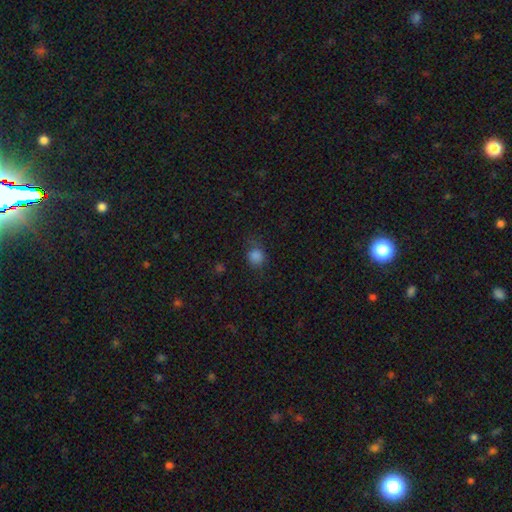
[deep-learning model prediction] Morphology: type=smooth (81%); roundness=round (78%); merging=none (67%).